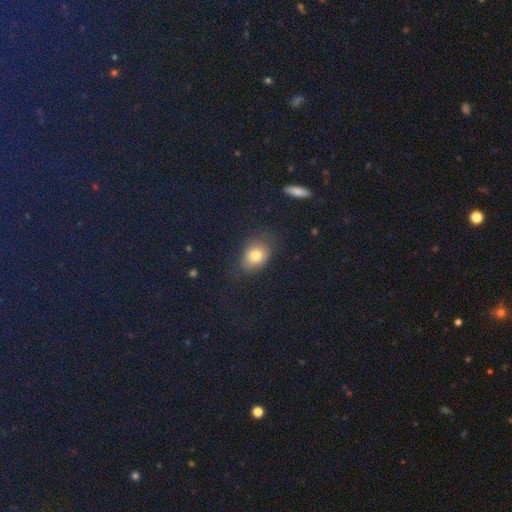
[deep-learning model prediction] Smooth or featured: smooth — 76% (star or artifact — 12%)
How rounded: in between — 67% (round — 32%)
Merging: none — 73% (minor disturbance — 19%)